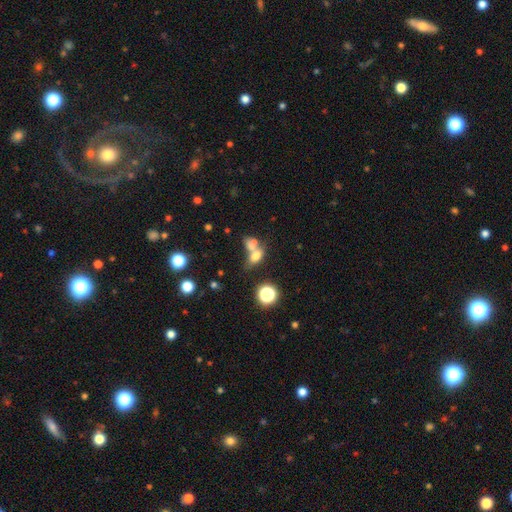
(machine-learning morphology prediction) Smooth or featured? smooth (66%)
How rounded? in between (70%)
Merging? merger (58%)